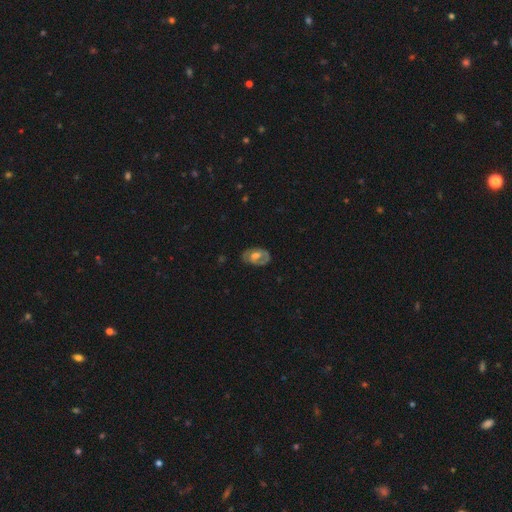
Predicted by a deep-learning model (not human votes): A featured or disk galaxy (60%) with no bar (57%), spiral arms (50%, tied with no) and a moderate central bulge (51%). Merging: none (68%).